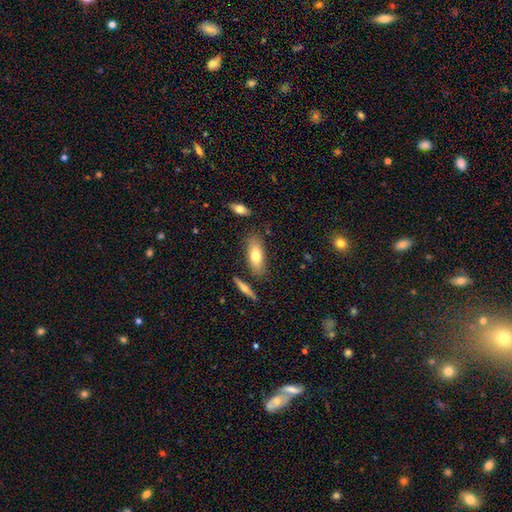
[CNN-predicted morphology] A smooth galaxy with no disk features (70%) that is in between round and cigar-shaped (74%).

Vote fractions:
- Smooth or featured? smooth: 70% / featured or disk: 23% / star or artifact: 7%
- How rounded? in between: 74% / cigar-shaped: 23% / round: 3%
- Merging? none: 77% / minor disturbance: 14% / merger: 6% / major disturbance: 3%